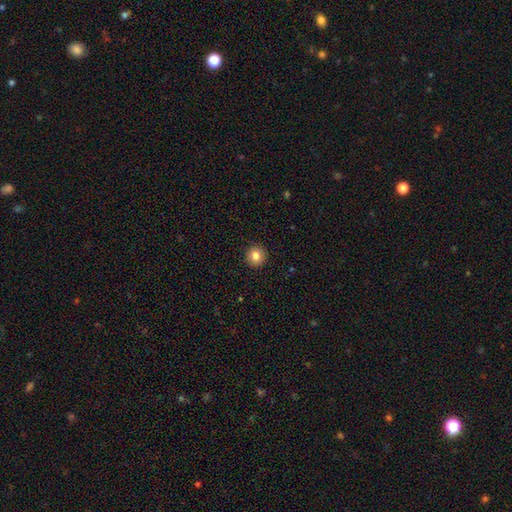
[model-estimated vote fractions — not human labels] Q: Smooth or featured?
A: smooth (84%); runner-up: star or artifact (10%)
Q: How rounded?
A: round (95%); runner-up: in between (4%)
Q: Merging?
A: none (93%); runner-up: minor disturbance (4%)